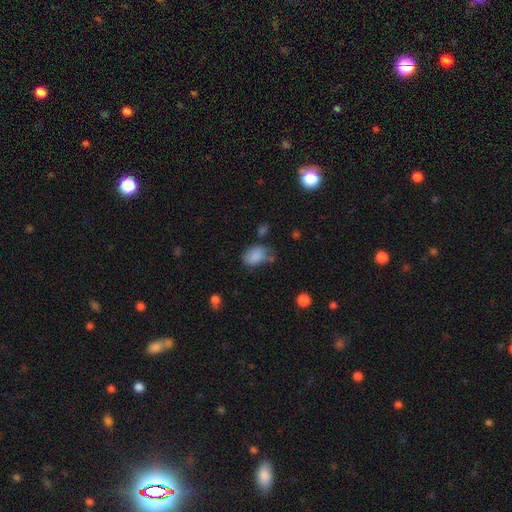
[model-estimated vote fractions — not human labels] A smooth galaxy with no disk features (82%) that is in between round and cigar-shaped (84%). Merging: none (46%).